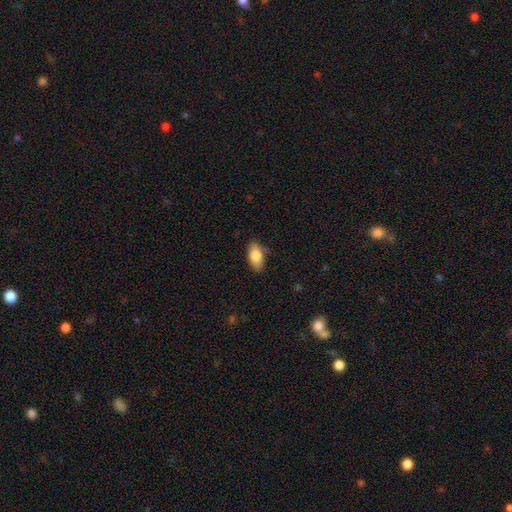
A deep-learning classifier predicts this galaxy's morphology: Smooth or featured? smooth (83%)
How rounded? in between (92%)
Merging? none (81%)